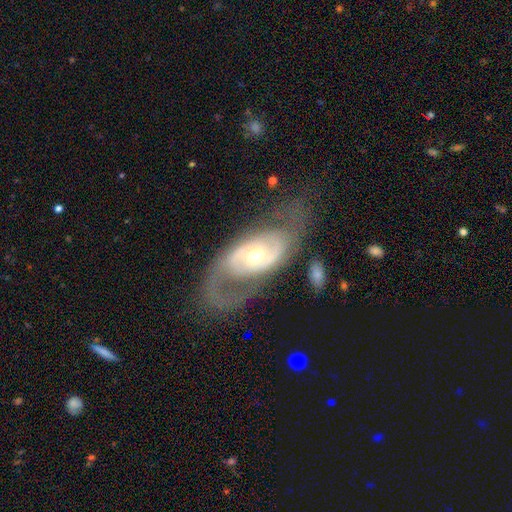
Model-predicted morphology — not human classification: Smooth or featured? featured or disk (83%)
Edge-on disk? no (94%)
Bar? no (57%)
Spiral arms? yes (82%)
Spiral winding? medium (43%)
Spiral arm count? 2 (80%)
Bulge size? moderate (64%)
Merging? none (60%)